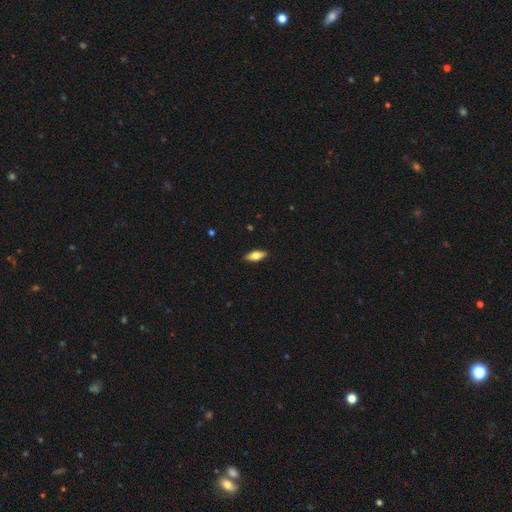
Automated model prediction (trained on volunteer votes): Morphology: type=smooth (67%); roundness=in between (76%); merging=none (89%).